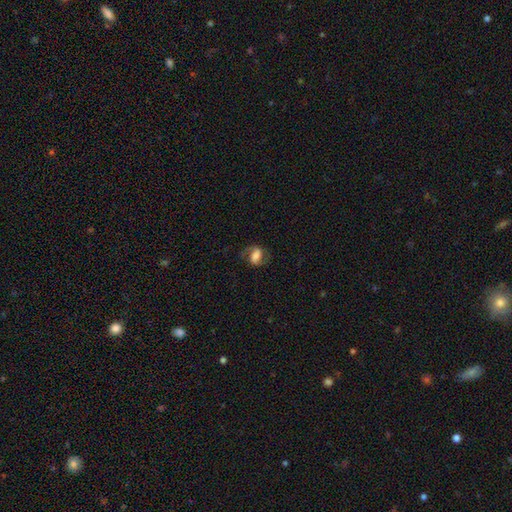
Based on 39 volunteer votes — smooth-or-featured: featured or disk: 59% | smooth: 41% | star or artifact: 0%
  disk-edge-on: no: 96% | yes: 4%
    bar: no: 45% | strong: 32% | weak: 23%
    has-spiral-arms: yes: 86% | no: 14%
      spiral-winding: tight: 53% | loose: 26% | medium: 21%
      spiral-arm-count: 2: 74% | 1: 16% | can't tell: 11% | 3: 0% | 4: 0% | more than 4: 0%
    bulge-size: large: 64% | none: 14% | dominant: 9% | moderate: 9% | small: 5%
  merging: none: 74% | minor disturbance: 13% | major disturbance: 13% | merger: 0%